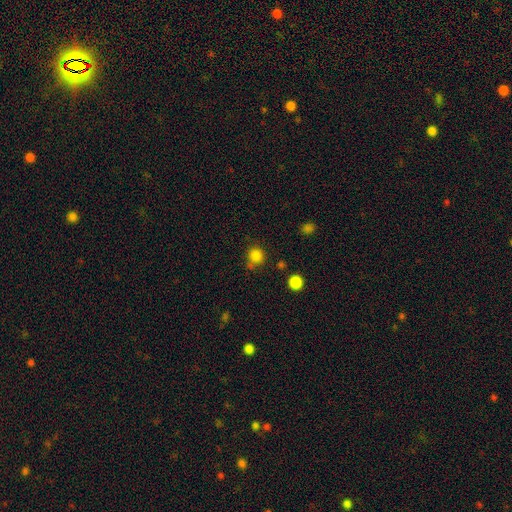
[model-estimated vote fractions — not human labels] This is clearly a smooth galaxy (83%). How rounded: clearly round (90%). Merging: likely none (73%).